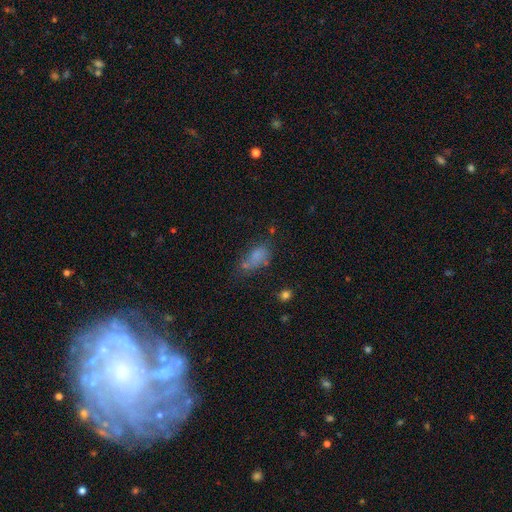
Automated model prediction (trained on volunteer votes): Smooth or featured? Predicted: smooth (p=0.70). How rounded? Predicted: in between (p=0.82). Merging? Predicted: none (p=0.38).